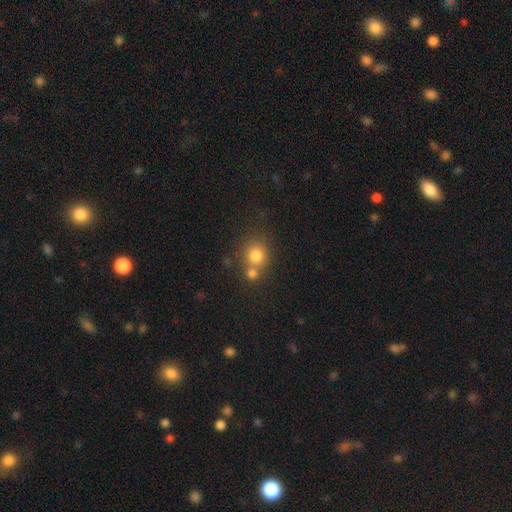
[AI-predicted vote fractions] smooth_or_featured: smooth (p=0.79) [alt: star or artifact p=0.12]
how_rounded: round (p=0.84) [alt: in between p=0.15]
merging: none (p=0.50) [alt: merger p=0.39]